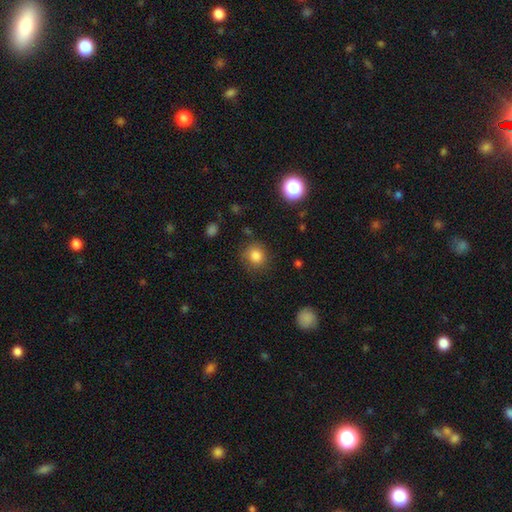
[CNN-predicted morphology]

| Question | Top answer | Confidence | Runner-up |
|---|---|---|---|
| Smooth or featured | smooth | 83% | star or artifact (12%) |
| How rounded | round | 88% | in between (11%) |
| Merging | none | 85% | minor disturbance (10%) |